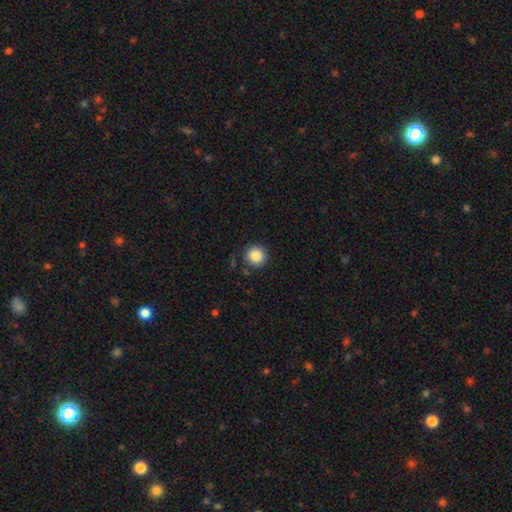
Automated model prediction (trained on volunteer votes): Smooth or featured?
  - smooth: 86% *
  - star or artifact: 9%
  - featured or disk: 4%
How rounded?
  - round: 95% *
  - in between: 4%
  - cigar-shaped: 1%
Merging?
  - none: 87% *
  - minor disturbance: 8%
  - major disturbance: 3%
  - merger: 2%